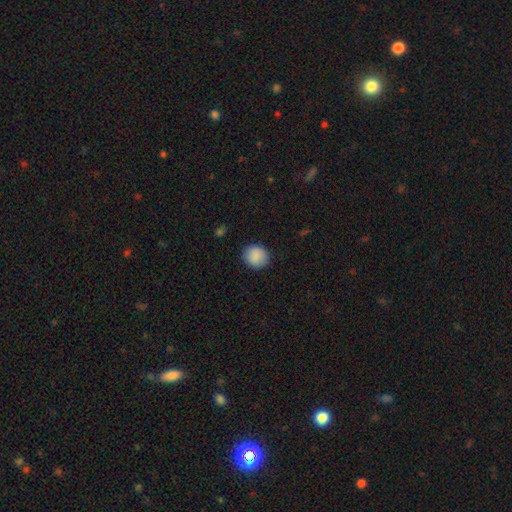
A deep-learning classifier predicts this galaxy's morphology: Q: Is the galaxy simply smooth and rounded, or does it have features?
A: smooth — 89%.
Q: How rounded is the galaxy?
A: round — 84%.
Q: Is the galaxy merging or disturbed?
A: none — 89%.